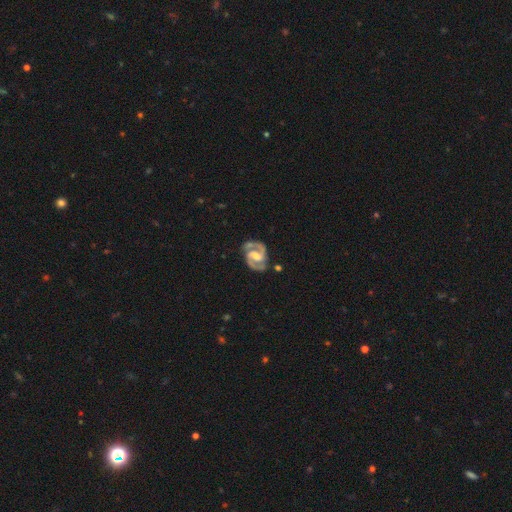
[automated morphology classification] This appears to be a featured or disk galaxy (93%) with a weak bar (46%), 2 (94%) medium (60%) spiral arms (98%) and a moderate central bulge (43%). Merging: none (78%).